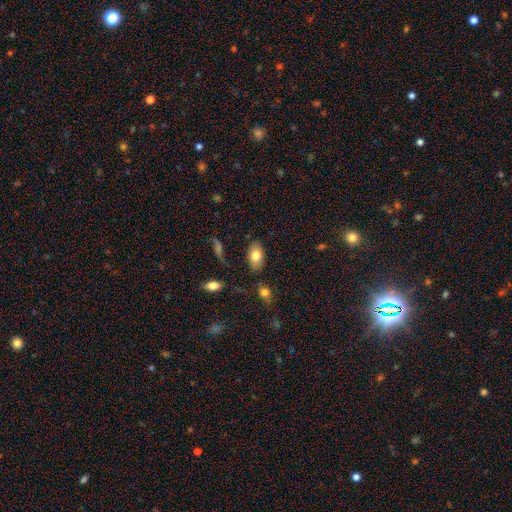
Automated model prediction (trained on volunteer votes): Smooth or featured: smooth — 79% (featured or disk — 13%)
How rounded: in between — 92% (round — 6%)
Merging: none — 82% (minor disturbance — 12%)